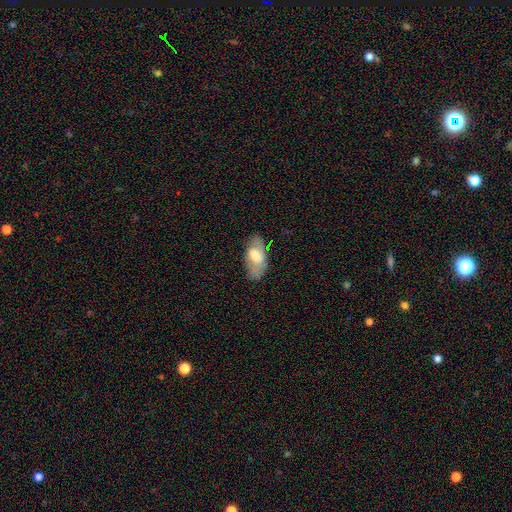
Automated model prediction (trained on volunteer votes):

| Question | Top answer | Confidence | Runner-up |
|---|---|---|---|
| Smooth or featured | smooth | 58% | featured or disk (35%) |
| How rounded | in between | 92% | cigar-shaped (4%) |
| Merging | none | 70% | minor disturbance (21%) |